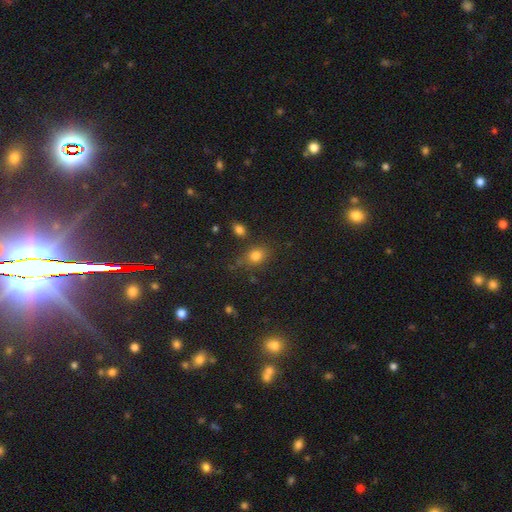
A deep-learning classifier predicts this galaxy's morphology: The model was most divided on "how rounded": in between: 56%, round: 42%, cigar-shaped: 2%. More confident: smooth or featured — smooth (78%); merging — none (69%).